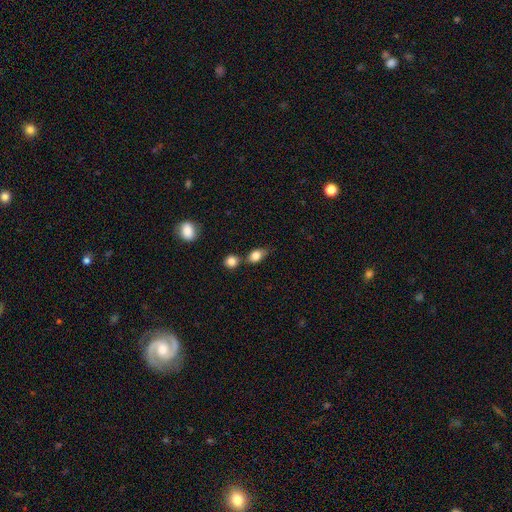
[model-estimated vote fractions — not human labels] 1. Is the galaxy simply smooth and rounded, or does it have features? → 84% smooth, 9% star or artifact, 8% featured or disk.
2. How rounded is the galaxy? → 73% in between, 24% round, 3% cigar-shaped.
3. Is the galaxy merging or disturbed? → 54% none, 22% merger, 19% minor disturbance, 5% major disturbance.